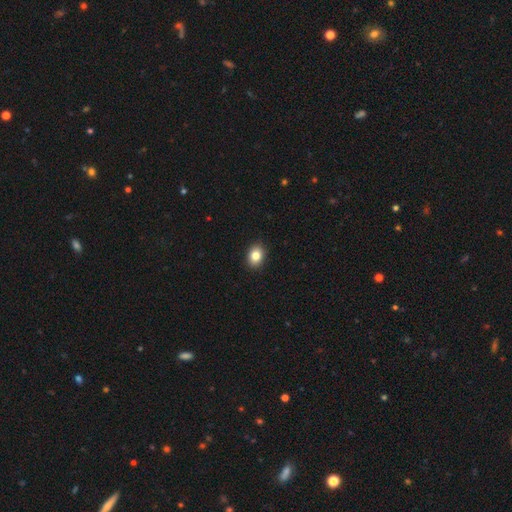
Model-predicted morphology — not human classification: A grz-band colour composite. It shows a smooth galaxy with no disk features (84%) that is in between round and cigar-shaped (67%). Merging: none (91%).